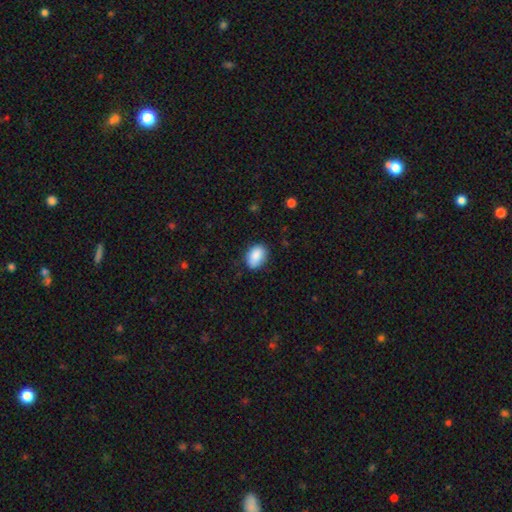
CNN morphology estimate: smooth-or-featured: smooth: 88% | star or artifact: 7% | featured or disk: 5%
  how-rounded: in between: 82% | round: 16% | cigar-shaped: 1%
  merging: none: 79% | minor disturbance: 17% | major disturbance: 3% | merger: 1%